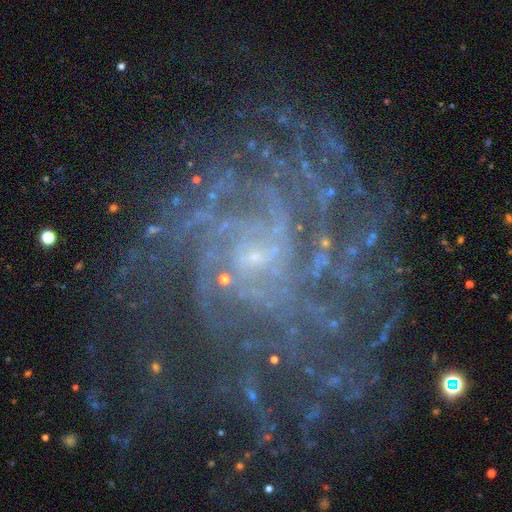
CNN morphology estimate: Overall: featured or disk (86%). Edge-on disk: no (98%). Bar: no (49%; weak 40%). Spiral arms: yes (96%). Spiral arm count: can't tell (28%; more than 4 27%). Spiral winding: tight (60%; medium 30%). Bulge size: small (79%). Merging: none (70%).